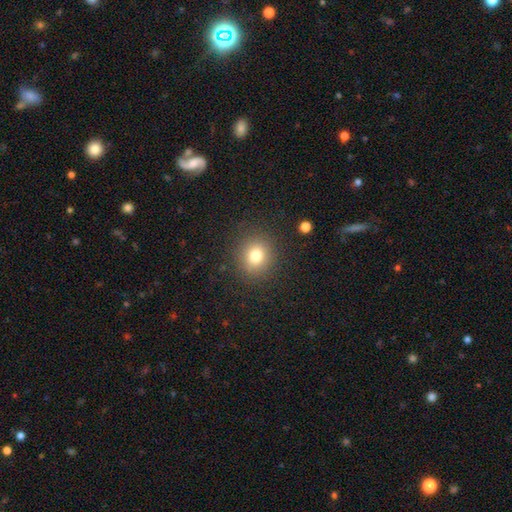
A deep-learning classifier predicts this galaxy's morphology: smooth 78%, star or artifact 13%, featured or disk 9%. Down the decision tree: how rounded — round (81%); merging — none (87%).